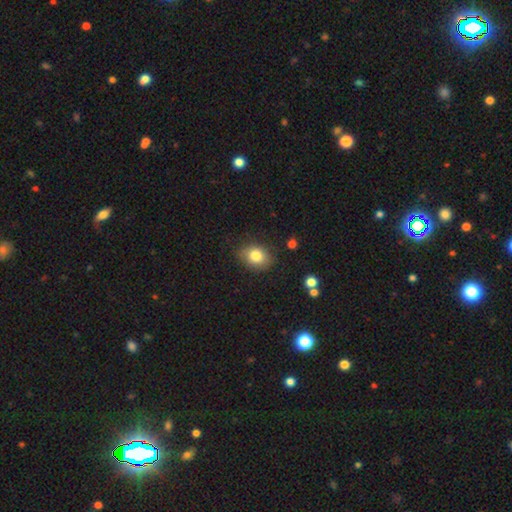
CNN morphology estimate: This is clearly a smooth galaxy (81%). How rounded: possibly in between (57%). Merging: clearly none (81%).